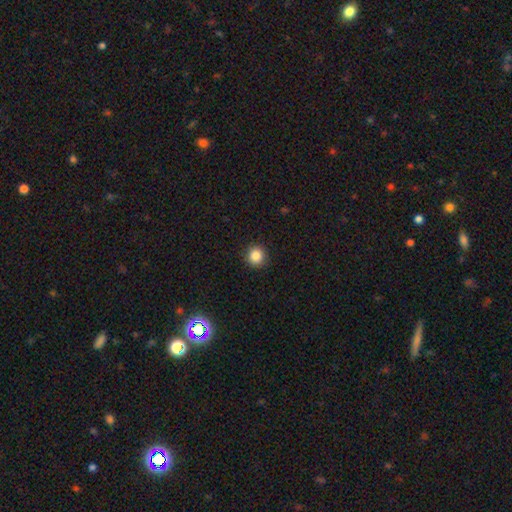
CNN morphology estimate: Smooth or featured? Predicted: smooth (p=0.86). How rounded? Predicted: round (p=0.93). Merging? Predicted: none (p=0.91).